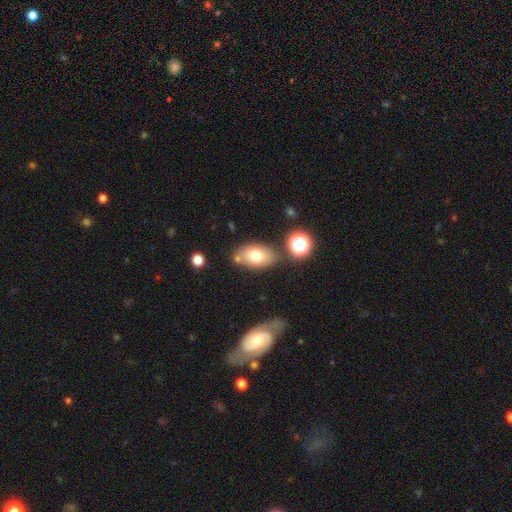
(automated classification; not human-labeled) Smooth or featured?
  - smooth: 73% *
  - featured or disk: 17%
  - star or artifact: 10%
How rounded?
  - in between: 87% *
  - round: 12%
  - cigar-shaped: 2%
Merging?
  - none: 72% *
  - minor disturbance: 14%
  - merger: 10%
  - major disturbance: 4%